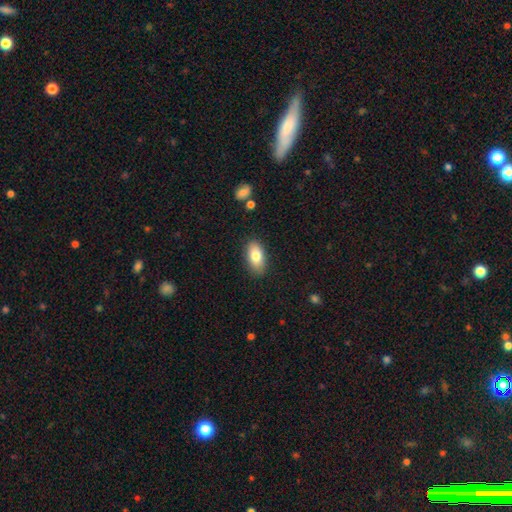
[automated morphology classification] type=smooth (80%); roundness=in between (91%); merging=none (86%).